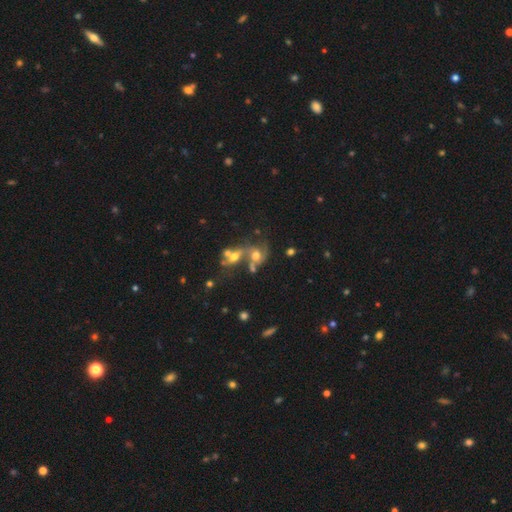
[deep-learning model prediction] Smooth or featured? Predicted: featured or disk (p=0.57). Edge-on disk? Predicted: no (p=0.96). Bar? Predicted: no (p=0.77). Spiral arms? Predicted: yes (p=0.65). Bulge size? Predicted: moderate (p=0.52). Merging? Predicted: merger (p=0.60).